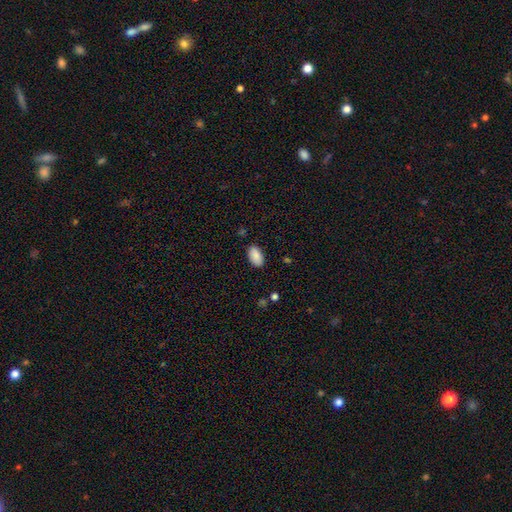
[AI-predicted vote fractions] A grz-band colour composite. It shows a smooth galaxy with no disk features (87%) that is in between round and cigar-shaped (95%). Merging: none (86%).